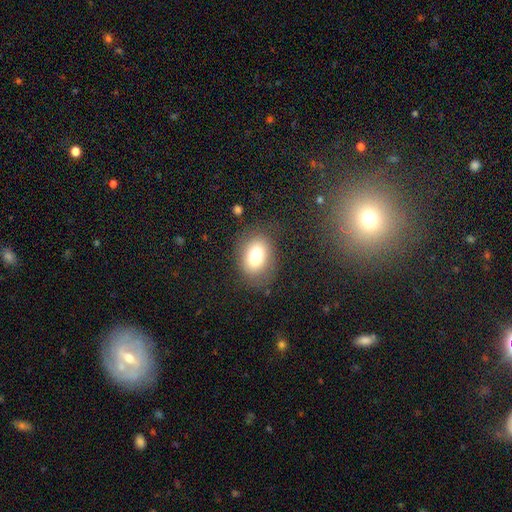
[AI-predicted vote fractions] Morphology: type=smooth (77%); roundness=in between (75%); merging=none (78%).